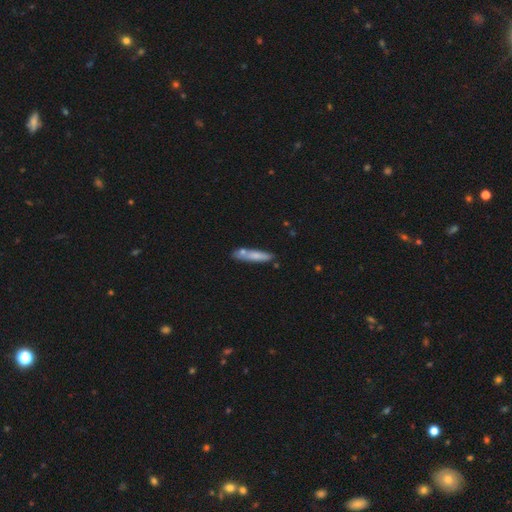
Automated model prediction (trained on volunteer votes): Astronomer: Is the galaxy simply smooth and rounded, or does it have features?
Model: smooth — 72%.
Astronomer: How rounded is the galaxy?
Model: cigar-shaped — 84%.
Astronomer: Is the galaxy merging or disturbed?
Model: none — 68%.